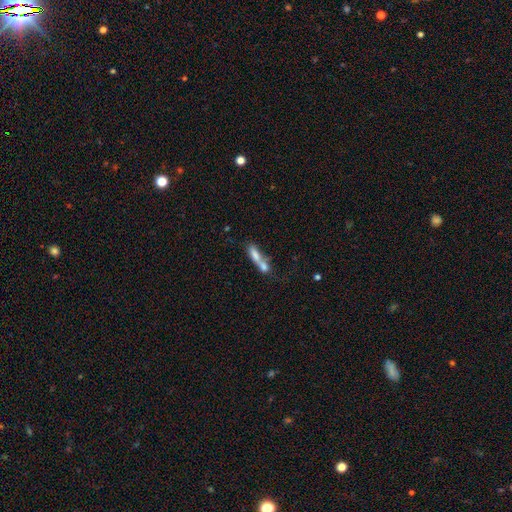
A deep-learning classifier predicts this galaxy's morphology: Smooth or featured? Predicted: smooth (p=0.68). How rounded? Predicted: cigar-shaped (p=0.54). Merging? Predicted: merger (p=0.61).